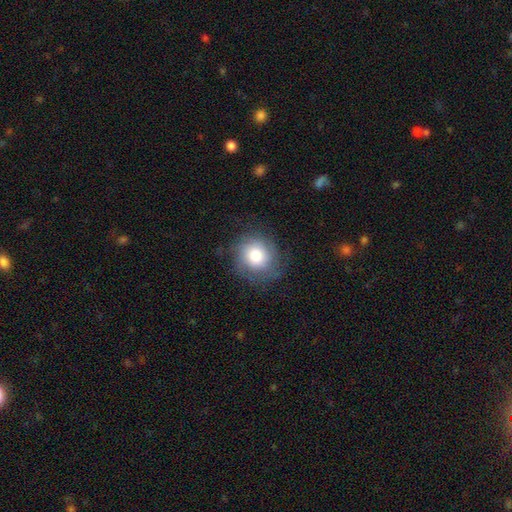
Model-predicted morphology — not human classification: A smooth galaxy with no disk features (68%) that is round (86%). Merging: none (71%).